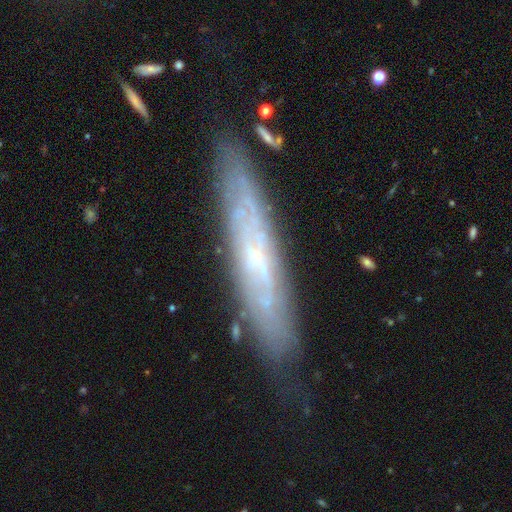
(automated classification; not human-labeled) The model was most divided on "edge-on disk": yes: 58%, no: 42%. More confident: merging — none (78%); smooth or featured — featured or disk (65%).